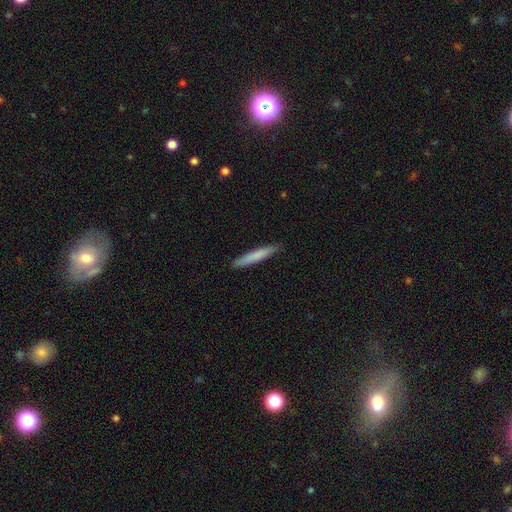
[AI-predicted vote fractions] A smooth galaxy with no disk features (76%) that is cigar-shaped (95%). Merging: none (90%).